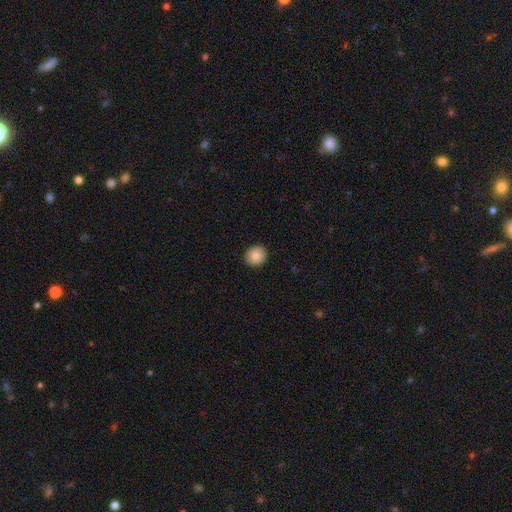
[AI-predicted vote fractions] A smooth galaxy with no disk features (85%) that is round (83%). Merging: none (91%).